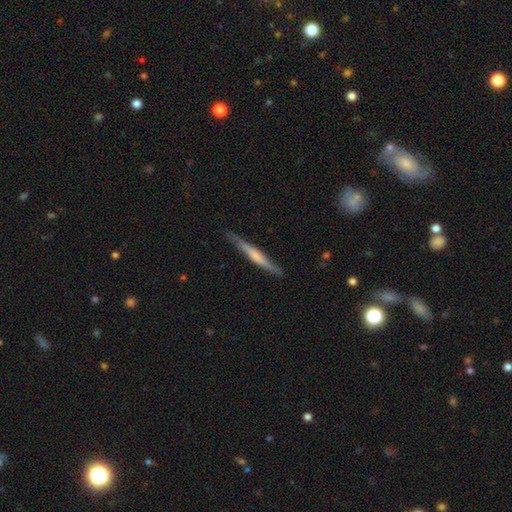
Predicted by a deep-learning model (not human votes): featured or disk 54%, smooth 41%, star or artifact 5%. Down the decision tree: edge-on disk — yes (95%); edge-on bulge — none (42%); merging — none (83%).